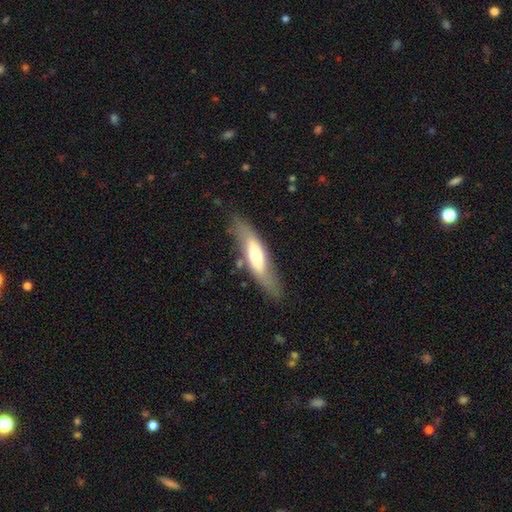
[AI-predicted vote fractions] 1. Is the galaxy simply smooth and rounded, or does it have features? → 50% smooth, 45% featured or disk, 6% star or artifact.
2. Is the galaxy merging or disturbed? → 74% none, 17% minor disturbance, 6% major disturbance, 3% merger.